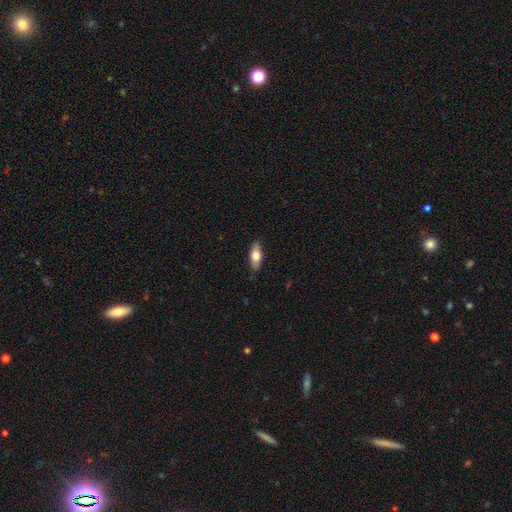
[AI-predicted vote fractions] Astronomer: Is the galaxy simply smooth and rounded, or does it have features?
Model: smooth — 74%.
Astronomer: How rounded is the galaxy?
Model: in between — 82%.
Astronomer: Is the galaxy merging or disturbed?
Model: none — 86%.